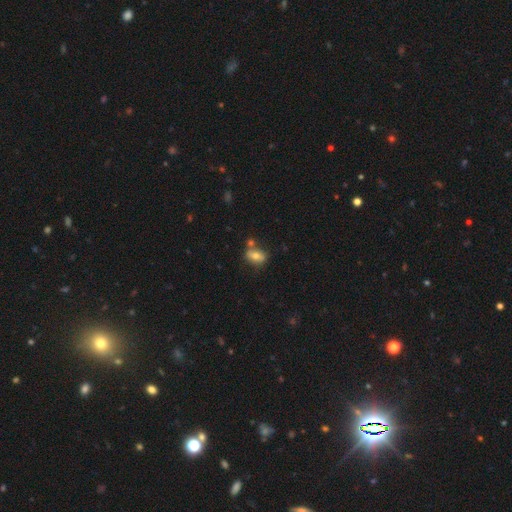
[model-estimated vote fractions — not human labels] smooth_or_featured: smooth (p=0.70) [alt: featured or disk p=0.21]
how_rounded: in between (p=0.78) [alt: round p=0.17]
merging: none (p=0.61) [alt: merger p=0.19]